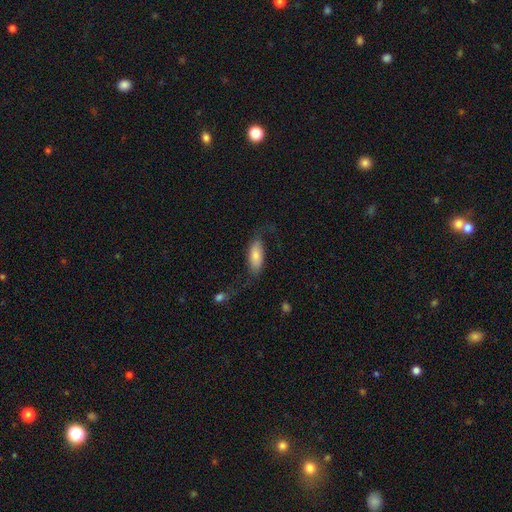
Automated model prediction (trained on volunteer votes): Overall: smooth (70%). How rounded: in between (84%). Merging: none (53%; minor disturbance 23%).